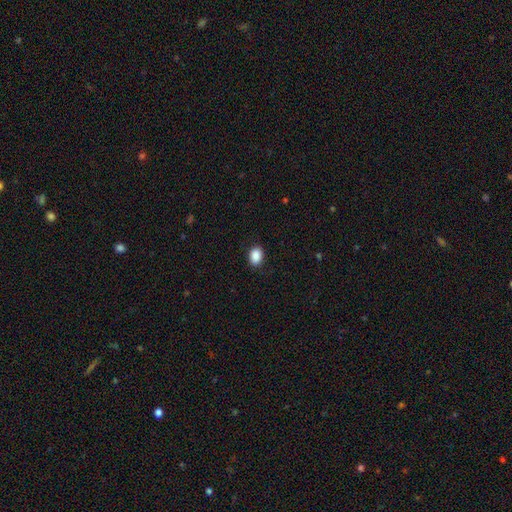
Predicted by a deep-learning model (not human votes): smooth-or-featured: smooth: 90% | star or artifact: 8% | featured or disk: 3%
  how-rounded: in between: 75% | round: 24% | cigar-shaped: 1%
  merging: none: 89% | minor disturbance: 8% | major disturbance: 2% | merger: 1%